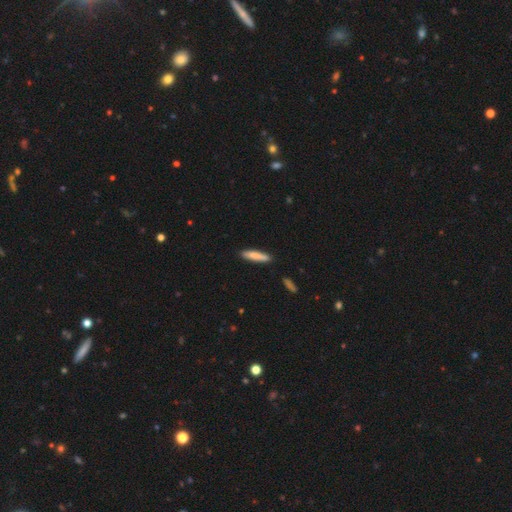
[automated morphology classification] A smooth galaxy with no disk features (81%) that is cigar-shaped (86%). Merging: none (87%).